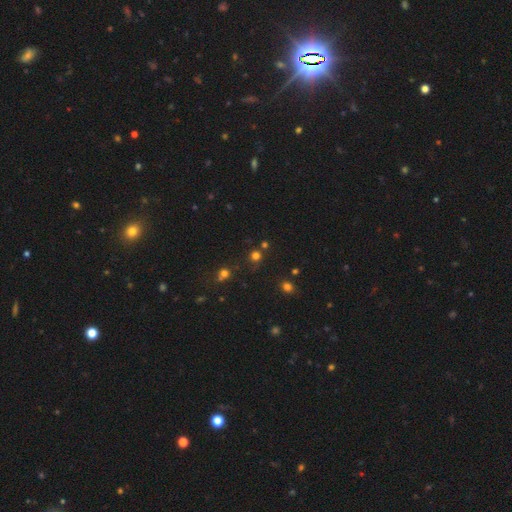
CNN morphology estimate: This appears to be a smooth galaxy with no disk features (67%) that is round (90%). Merging: none (76%).